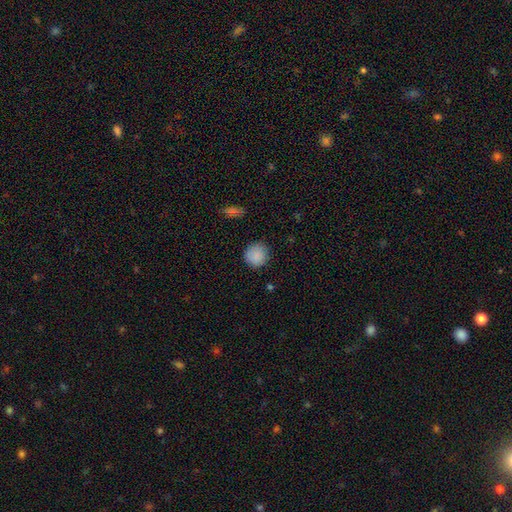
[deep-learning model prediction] The model was most divided on "merging": none: 87%, minor disturbance: 10%, major disturbance: 2%, merger: 1%. More confident: how rounded — round (92%); smooth or featured — smooth (88%).